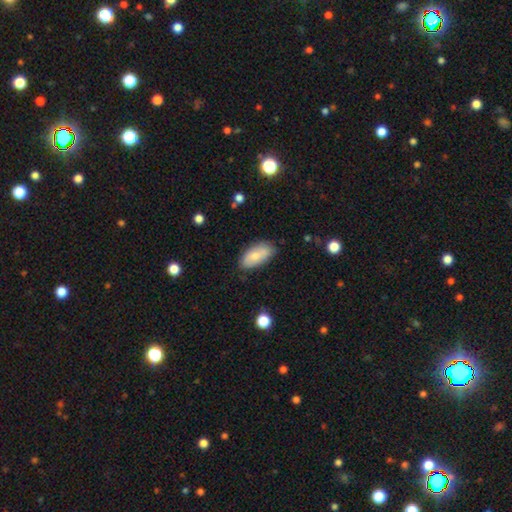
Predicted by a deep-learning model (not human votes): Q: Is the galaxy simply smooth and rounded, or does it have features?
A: smooth — 75%.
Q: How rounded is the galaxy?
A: in between — 92%.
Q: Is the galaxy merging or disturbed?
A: none — 75%.